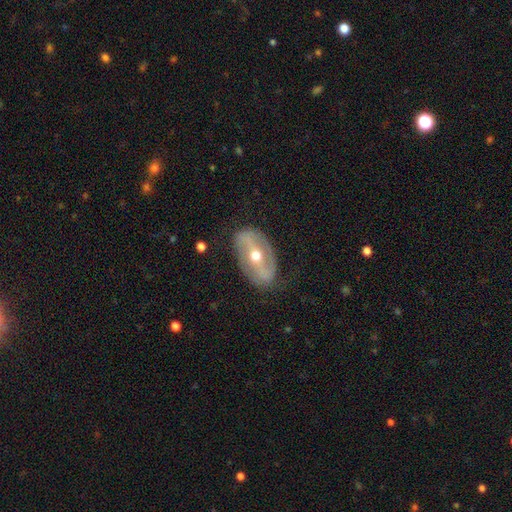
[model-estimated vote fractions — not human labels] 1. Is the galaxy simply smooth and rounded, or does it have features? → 79% featured or disk, 16% smooth, 5% star or artifact.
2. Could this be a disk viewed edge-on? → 92% no, 8% yes.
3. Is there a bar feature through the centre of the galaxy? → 50% strong, 30% weak, 21% no.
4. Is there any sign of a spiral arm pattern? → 71% yes, 29% no.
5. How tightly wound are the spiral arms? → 40% loose, 38% medium, 22% tight.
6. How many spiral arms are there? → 86% 2, 8% can't tell, 3% 1, 1% 3, 1% 4, 1% more than 4.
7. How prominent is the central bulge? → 74% moderate, 20% small, 4% large, 1% dominant, 1% none.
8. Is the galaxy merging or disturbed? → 77% none, 15% minor disturbance, 6% major disturbance, 1% merger.